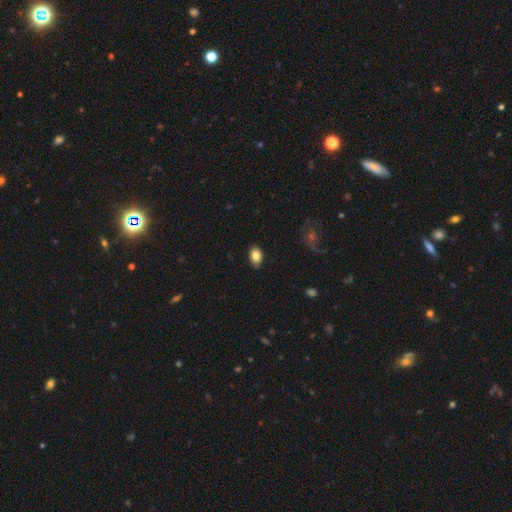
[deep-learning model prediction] This is clearly a smooth galaxy (84%). How rounded: clearly in between (83%). Merging: clearly none (83%).